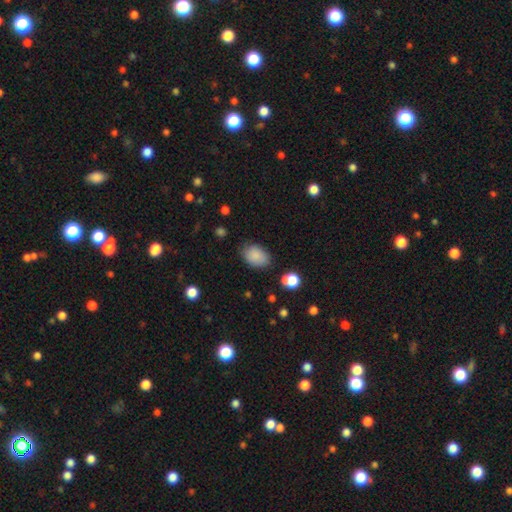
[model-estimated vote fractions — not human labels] The model was most divided on "merging": none: 78%, minor disturbance: 16%, major disturbance: 4%, merger: 2%. More confident: smooth or featured — smooth (86%); how rounded — in between (82%).